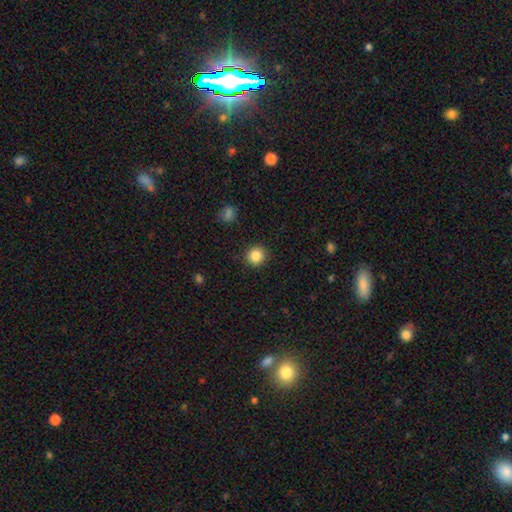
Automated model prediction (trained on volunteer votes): Smooth or featured? Predicted: smooth (p=0.85). How rounded? Predicted: round (p=0.92). Merging? Predicted: none (p=0.91).